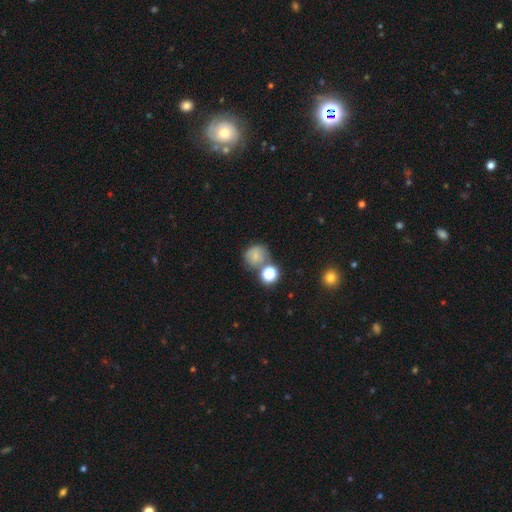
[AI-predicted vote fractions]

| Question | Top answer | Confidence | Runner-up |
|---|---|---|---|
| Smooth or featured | smooth | 71% | star or artifact (17%) |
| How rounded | round | 79% | in between (20%) |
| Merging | none | 53% | merger (23%) |